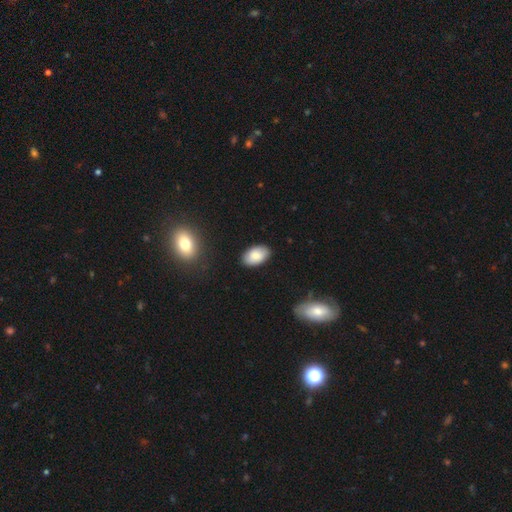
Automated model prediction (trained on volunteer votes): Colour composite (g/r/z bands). It shows a smooth galaxy with no disk features (83%) that is in between round and cigar-shaped (94%). Merging: none (87%).